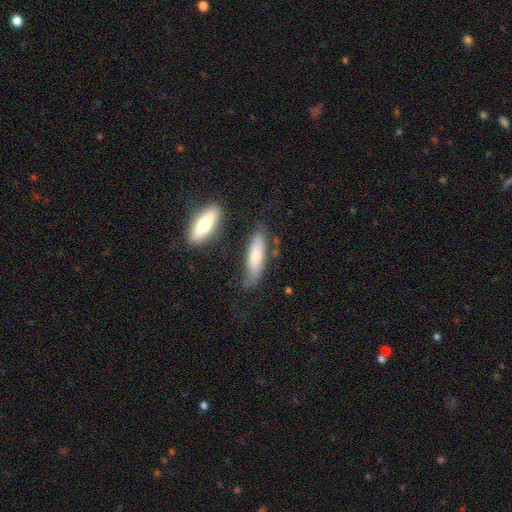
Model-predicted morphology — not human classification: A smooth galaxy with no disk features (69%) that is cigar-shaped (55%).

Vote fractions:
- Smooth or featured? smooth: 69% / featured or disk: 24% / star or artifact: 6%
- How rounded? cigar-shaped: 55% / in between: 43% / round: 2%
- Merging? none: 65% / minor disturbance: 22% / merger: 7% / major disturbance: 6%